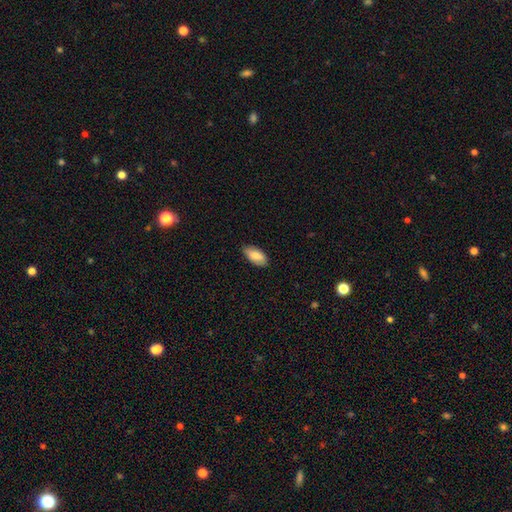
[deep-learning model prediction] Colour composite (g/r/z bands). It shows a smooth galaxy with no disk features (82%) that is in between round and cigar-shaped (92%). Merging: none (84%).